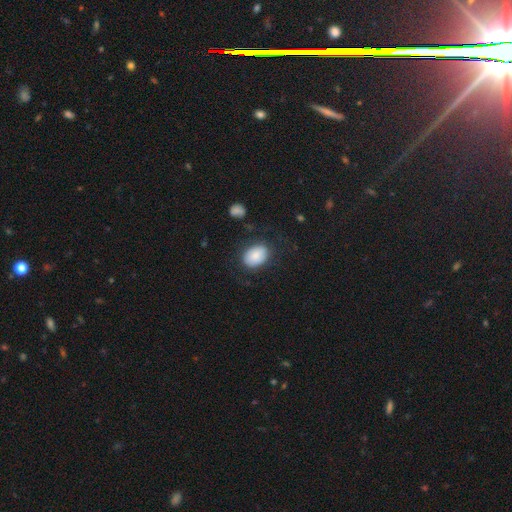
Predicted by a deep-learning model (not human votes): Q: Smooth or featured?
A: smooth (84%); runner-up: featured or disk (9%)
Q: How rounded?
A: in between (77%); runner-up: round (22%)
Q: Merging?
A: none (75%); runner-up: minor disturbance (15%)